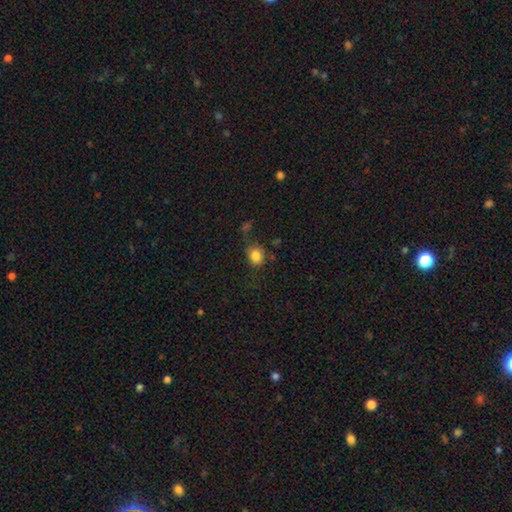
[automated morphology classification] This appears to be a smooth galaxy with no disk features (83%) that is round (66%). Merging: none (68%).